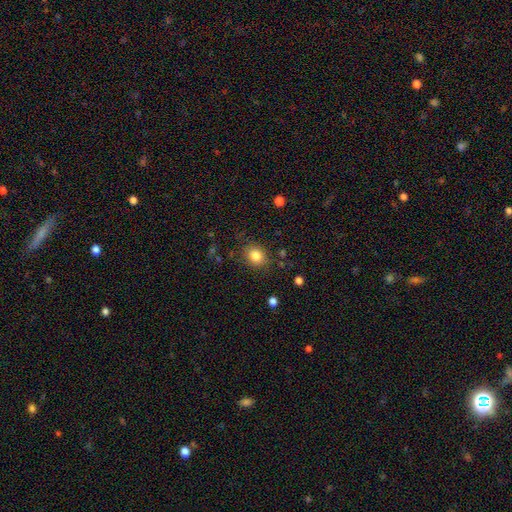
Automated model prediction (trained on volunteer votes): This appears to be a smooth galaxy with no disk features (83%) that is round (57%). Merging: none (82%).